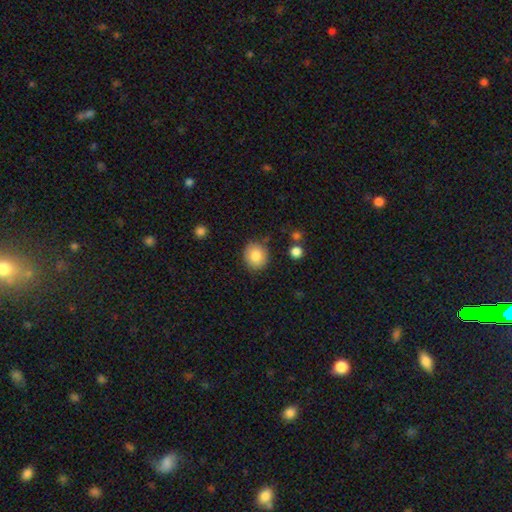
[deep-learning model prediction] Smooth or featured?
  - smooth: 83% *
  - featured or disk: 9%
  - star or artifact: 8%
How rounded?
  - round: 85% *
  - in between: 14%
  - cigar-shaped: 1%
Merging?
  - none: 83% *
  - minor disturbance: 12%
  - major disturbance: 3%
  - merger: 2%